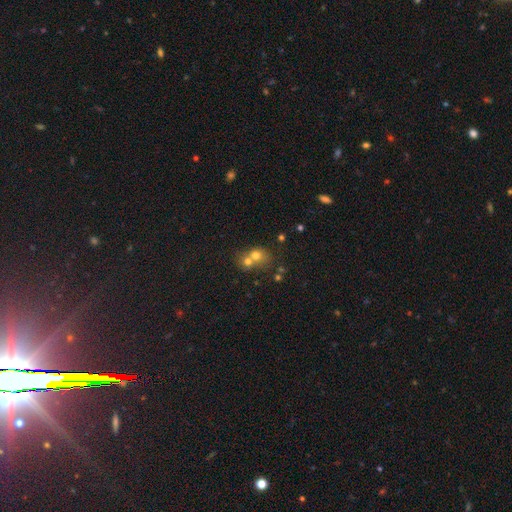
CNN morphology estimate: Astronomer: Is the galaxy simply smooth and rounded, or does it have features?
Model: smooth — 67%.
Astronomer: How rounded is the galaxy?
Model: round — 69%.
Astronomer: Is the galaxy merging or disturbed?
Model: merger — 64%.